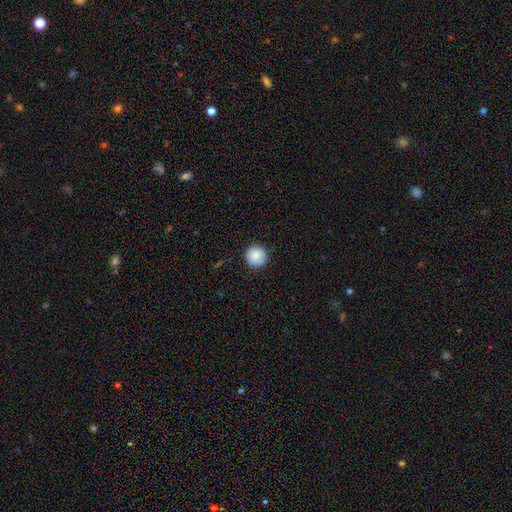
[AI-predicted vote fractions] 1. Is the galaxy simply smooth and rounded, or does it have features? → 86% smooth, 8% star or artifact, 6% featured or disk.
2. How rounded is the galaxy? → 95% round, 4% in between, 1% cigar-shaped.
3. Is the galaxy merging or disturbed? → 90% none, 7% minor disturbance, 2% major disturbance, 1% merger.